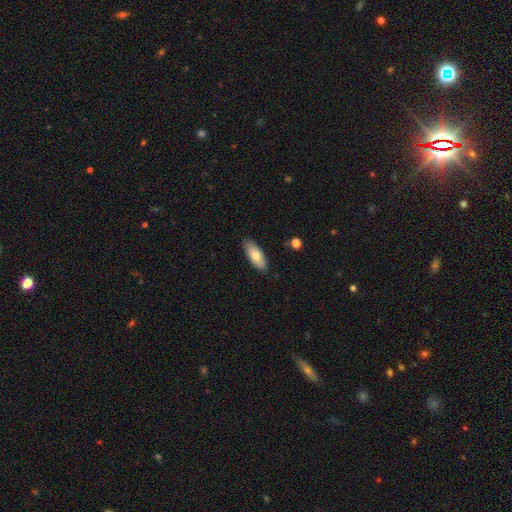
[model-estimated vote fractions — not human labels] This is likely a smooth galaxy (72%). How rounded: likely in between (78%). Merging: clearly none (88%).